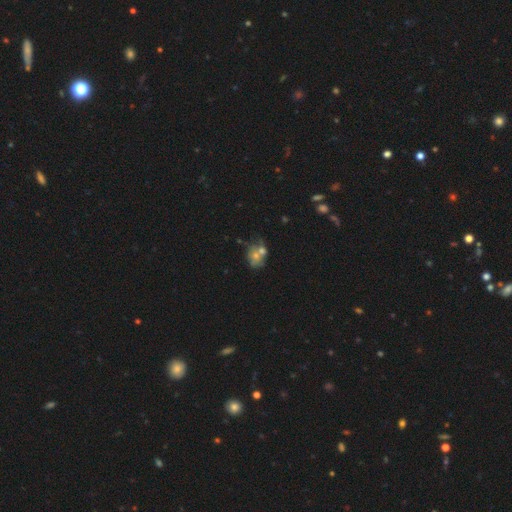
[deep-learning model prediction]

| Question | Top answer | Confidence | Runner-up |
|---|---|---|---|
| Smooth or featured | smooth | 46% | featured or disk (33%) |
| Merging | merger | 41% | none (38%) |